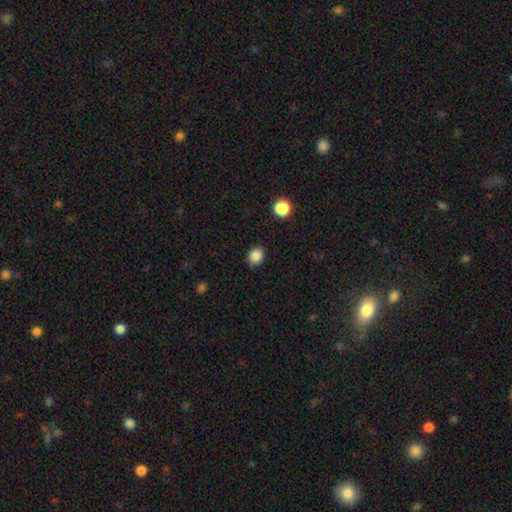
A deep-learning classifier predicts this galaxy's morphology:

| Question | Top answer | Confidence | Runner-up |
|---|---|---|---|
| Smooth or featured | smooth | 86% | star or artifact (10%) |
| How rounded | round | 52% | in between (47%) |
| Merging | none | 86% | minor disturbance (10%) |